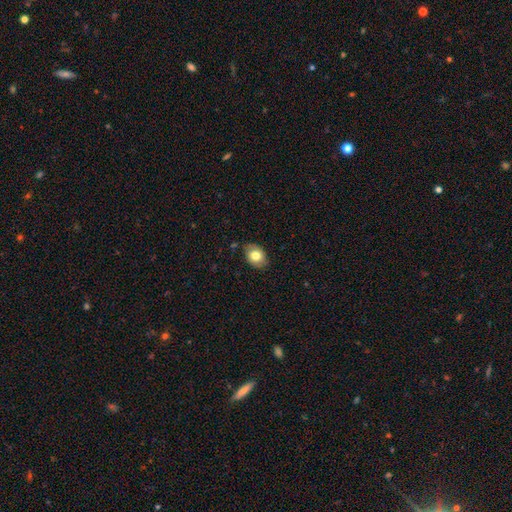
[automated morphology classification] Q: Smooth or featured?
A: smooth (76%); runner-up: featured or disk (16%)
Q: How rounded?
A: in between (74%); runner-up: round (25%)
Q: Merging?
A: none (82%); runner-up: minor disturbance (14%)